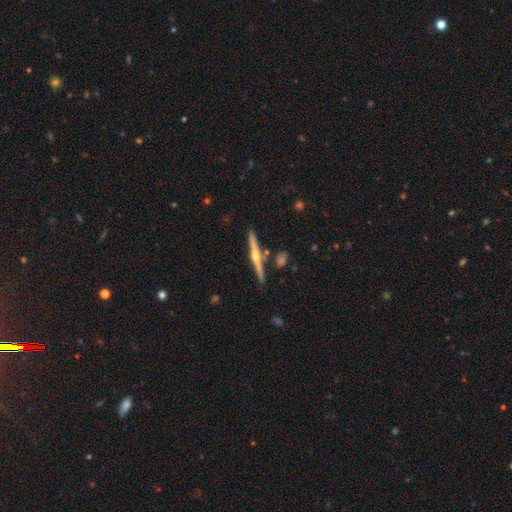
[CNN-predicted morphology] smooth-or-featured: featured or disk: 78% | smooth: 16% | star or artifact: 6%
  disk-edge-on: yes: 98% | no: 2%
    edge-on-bulge: rounded: 90% | none: 6% | boxy: 4%
  merging: none: 85% | minor disturbance: 7% | merger: 6% | major disturbance: 2%